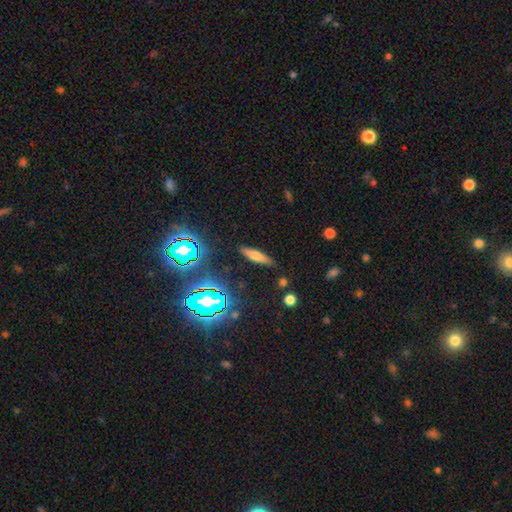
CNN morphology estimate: This appears to be a smooth galaxy with no disk features (57%) that is cigar-shaped (74%). Merging: none (86%).